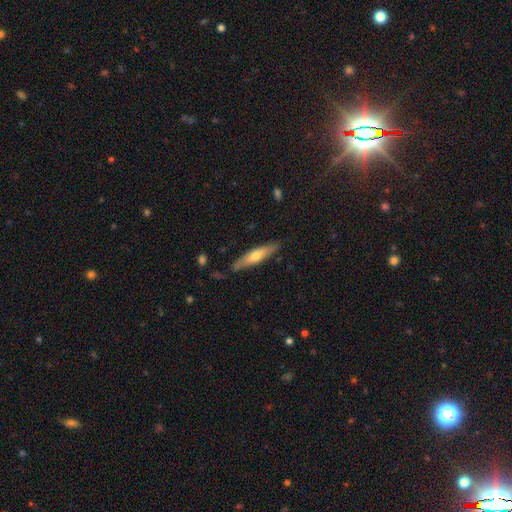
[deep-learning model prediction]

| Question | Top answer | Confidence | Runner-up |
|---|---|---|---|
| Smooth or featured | smooth | 48% | featured or disk (46%) |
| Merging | none | 81% | minor disturbance (14%) |